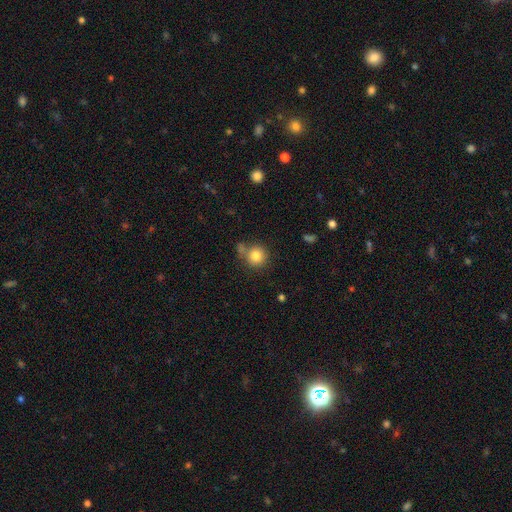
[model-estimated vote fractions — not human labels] This is clearly a smooth galaxy (82%). How rounded: clearly round (90%). Merging: likely none (65%).